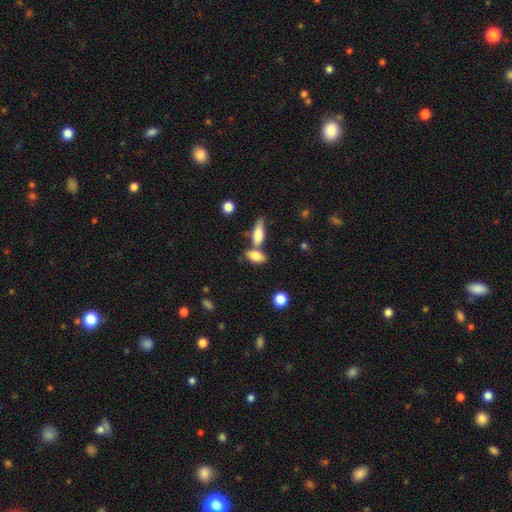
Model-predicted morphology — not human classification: type=smooth (78%); roundness=in between (81%); merging=none (46%).